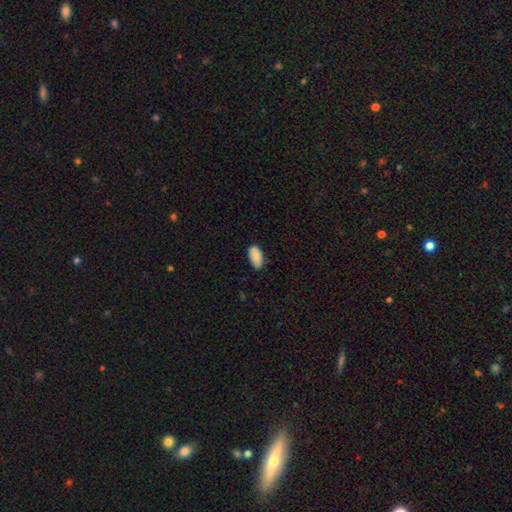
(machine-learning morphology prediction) Smooth or featured?
  - smooth: 89% *
  - star or artifact: 7%
  - featured or disk: 4%
How rounded?
  - in between: 93% *
  - cigar-shaped: 4%
  - round: 2%
Merging?
  - none: 75% *
  - minor disturbance: 21%
  - major disturbance: 3%
  - merger: 1%